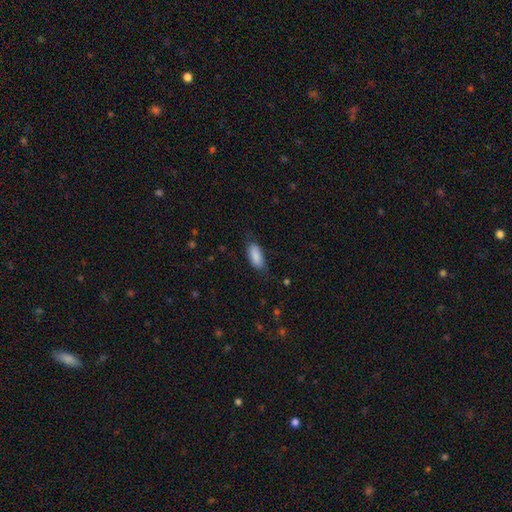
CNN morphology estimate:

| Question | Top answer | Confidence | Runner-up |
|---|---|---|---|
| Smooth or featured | smooth | 86% | featured or disk (8%) |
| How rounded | in between | 86% | cigar-shaped (12%) |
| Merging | none | 75% | minor disturbance (19%) |